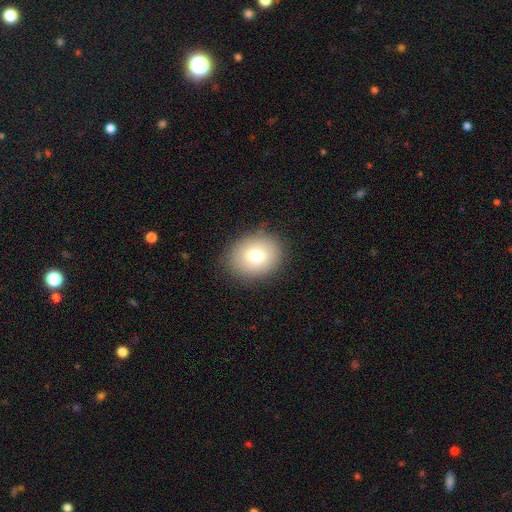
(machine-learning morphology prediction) smooth-or-featured: smooth: 76% | featured or disk: 14% | star or artifact: 10%
  how-rounded: round: 55% | in between: 45% | cigar-shaped: 1%
  merging: none: 86% | minor disturbance: 10% | major disturbance: 3% | merger: 1%